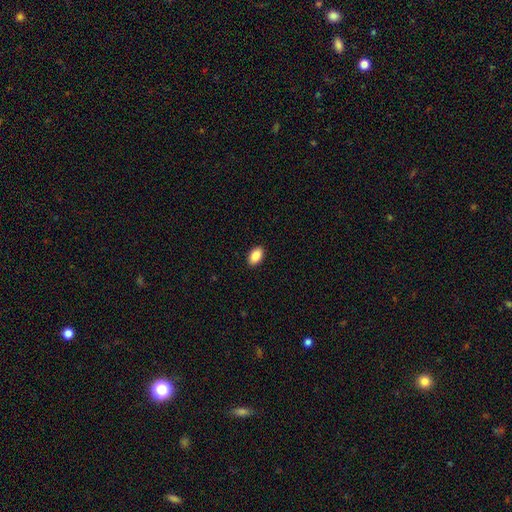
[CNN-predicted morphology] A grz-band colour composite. It shows a smooth galaxy with no disk features (88%) that is in between round and cigar-shaped (93%). Merging: none (91%).